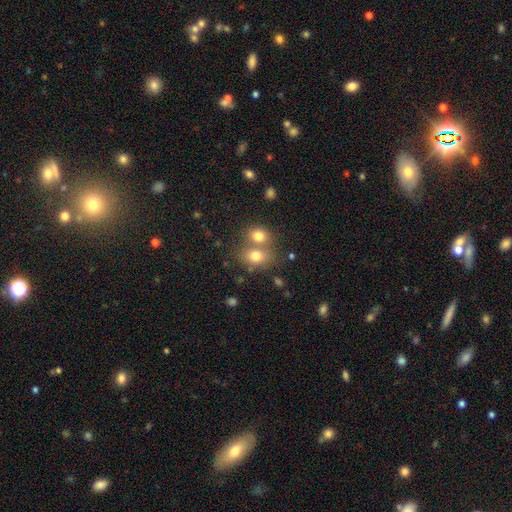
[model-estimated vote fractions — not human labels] Smooth or featured: smooth — 76% (featured or disk — 12%)
How rounded: in between — 50% (round — 49%)
Merging: merger — 48% (none — 41%)